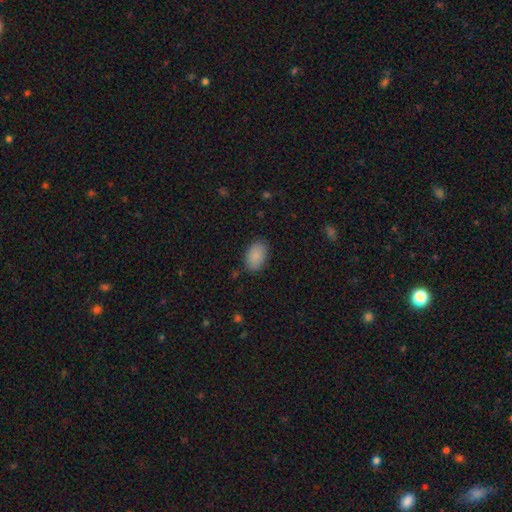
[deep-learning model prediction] Smooth or featured? Predicted: smooth (p=0.89). How rounded? Predicted: in between (p=0.90). Merging? Predicted: none (p=0.85).